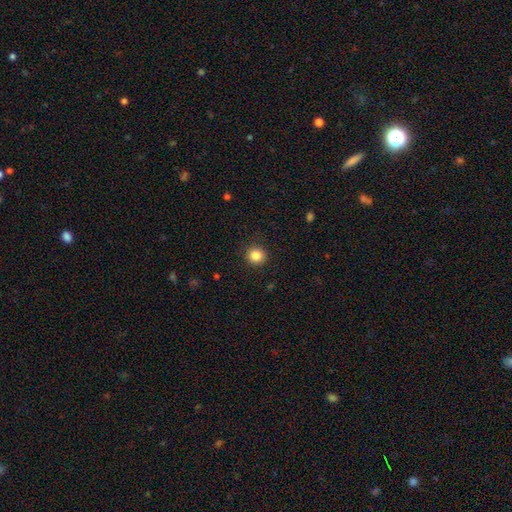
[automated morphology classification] Overall: smooth (85%). How rounded: round (91%). Merging: none (91%).